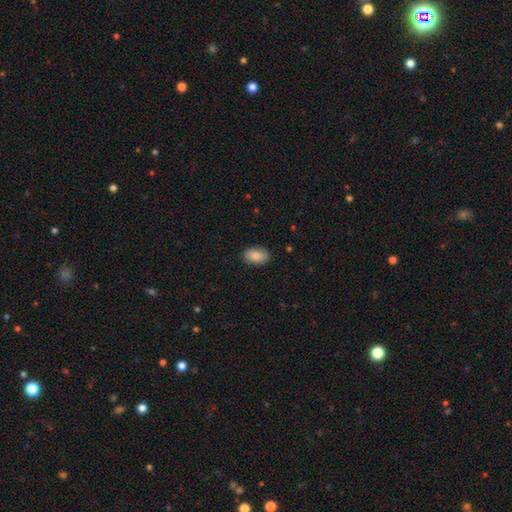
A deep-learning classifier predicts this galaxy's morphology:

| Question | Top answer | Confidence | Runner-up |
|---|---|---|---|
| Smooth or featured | smooth | 86% | featured or disk (8%) |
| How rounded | in between | 90% | round (9%) |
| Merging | none | 88% | minor disturbance (9%) |